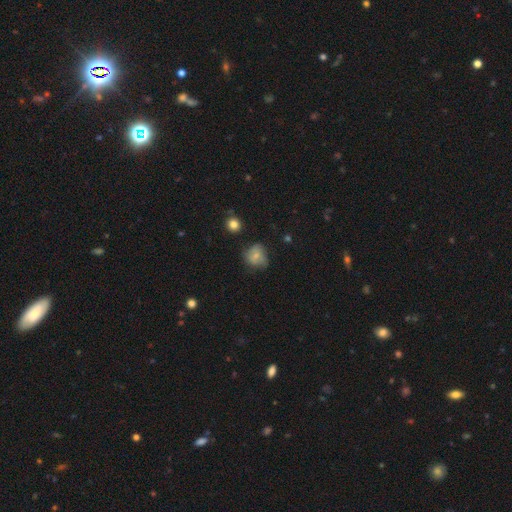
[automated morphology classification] Smooth or featured?
  - smooth: 65% *
  - featured or disk: 22%
  - star or artifact: 13%
How rounded?
  - round: 71% *
  - in between: 27%
  - cigar-shaped: 1%
Merging?
  - none: 56% *
  - minor disturbance: 29%
  - major disturbance: 11%
  - merger: 4%